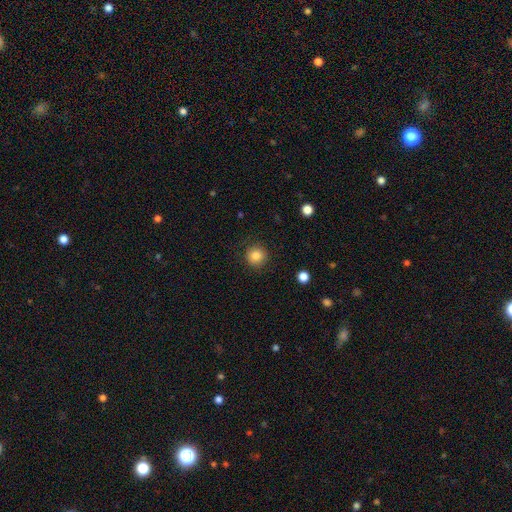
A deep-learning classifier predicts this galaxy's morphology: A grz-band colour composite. It shows a smooth galaxy with no disk features (85%) that is round (93%). Merging: none (88%).